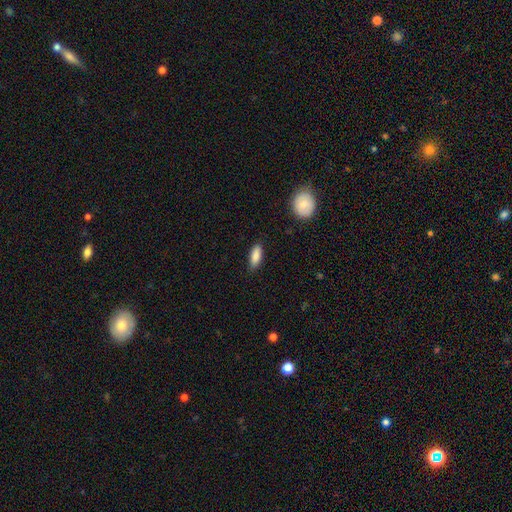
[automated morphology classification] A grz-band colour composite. It shows a smooth galaxy with no disk features (86%) that is in between round and cigar-shaped (72%). Merging: none (83%).